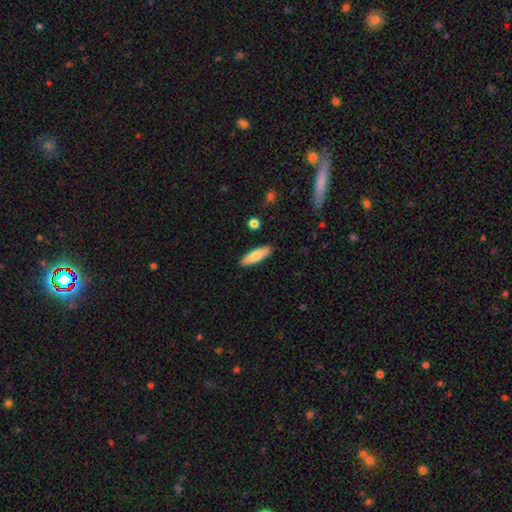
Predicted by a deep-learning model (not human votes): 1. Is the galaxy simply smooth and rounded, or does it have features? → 78% smooth, 17% featured or disk, 6% star or artifact.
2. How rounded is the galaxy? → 55% cigar-shaped, 43% in between, 2% round.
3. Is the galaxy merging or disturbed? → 89% none, 8% minor disturbance, 2% major disturbance, 1% merger.